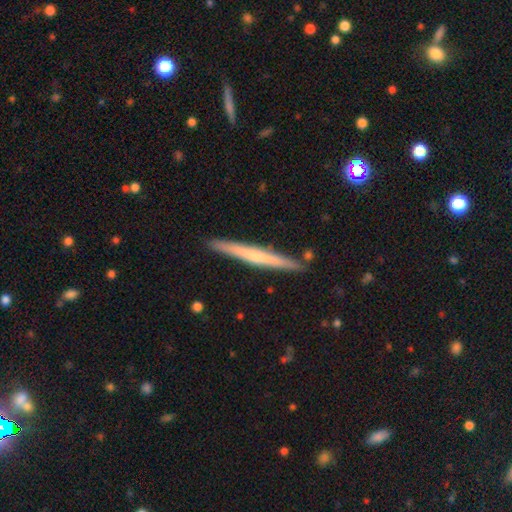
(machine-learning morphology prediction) smooth-or-featured: featured or disk: 51% | smooth: 44% | star or artifact: 5%
  disk-edge-on: yes: 97% | no: 3%
  merging: none: 90% | minor disturbance: 7% | merger: 2% | major disturbance: 1%